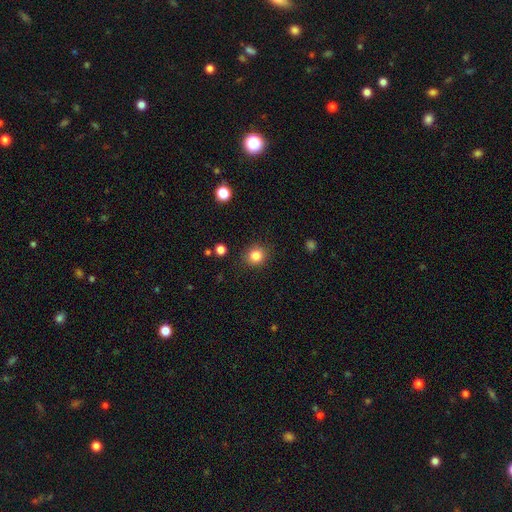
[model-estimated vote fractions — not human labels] Morphology: type=smooth (84%); roundness=round (88%); merging=none (89%).